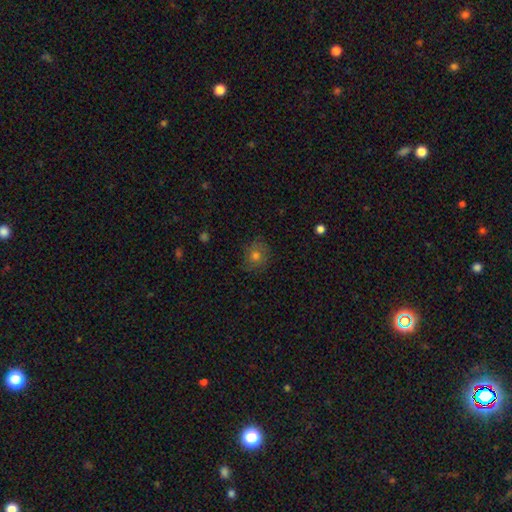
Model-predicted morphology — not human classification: The model was most divided on "how rounded": round: 75%, in between: 24%, cigar-shaped: 1%. More confident: merging — none (80%); smooth or featured — smooth (69%).